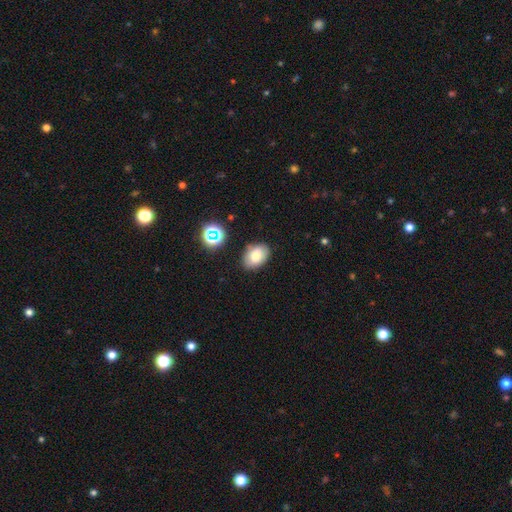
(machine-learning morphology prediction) A smooth galaxy with no disk features (77%) that is in between round and cigar-shaped (82%). Merging: none (80%).